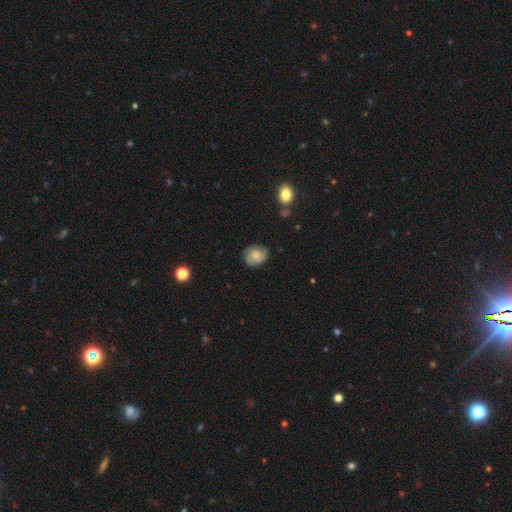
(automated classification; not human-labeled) Smooth or featured: smooth — 60% (featured or disk — 31%)
How rounded: round — 68% (in between — 31%)
Merging: none — 76% (minor disturbance — 18%)